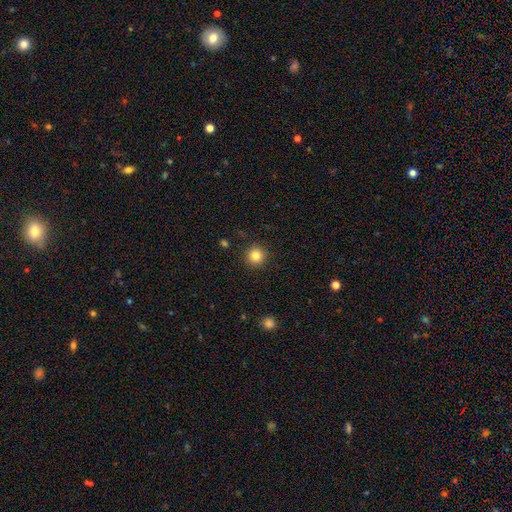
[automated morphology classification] This is clearly a smooth galaxy (83%). How rounded: clearly round (95%). Merging: clearly none (92%).